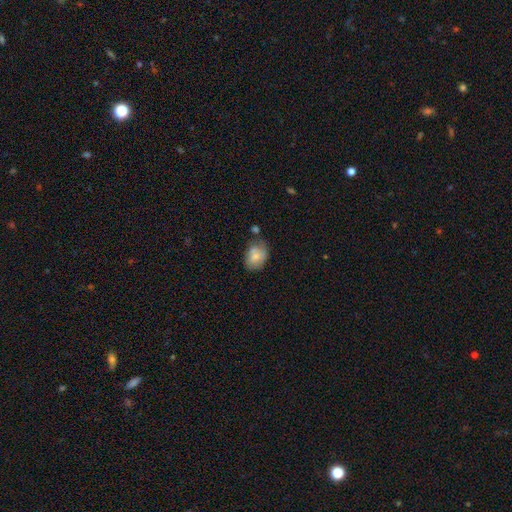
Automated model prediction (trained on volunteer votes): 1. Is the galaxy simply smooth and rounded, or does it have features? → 78% smooth, 15% featured or disk, 7% star or artifact.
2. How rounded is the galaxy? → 75% in between, 24% round, 1% cigar-shaped.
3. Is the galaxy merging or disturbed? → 55% none, 28% minor disturbance, 8% merger, 8% major disturbance.